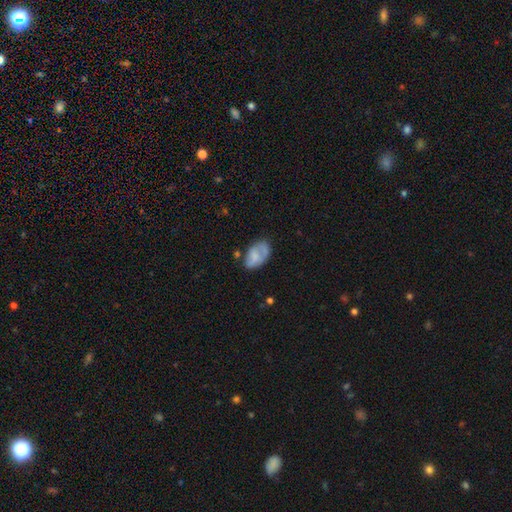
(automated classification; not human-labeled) This appears to be a smooth galaxy with no disk features (62%) that is in between round and cigar-shaped (90%). Merging: none (47%).